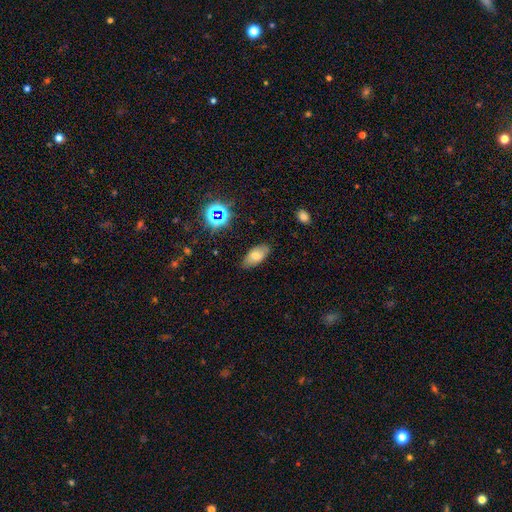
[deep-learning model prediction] smooth-or-featured: smooth: 72% | featured or disk: 16% | star or artifact: 12%
  how-rounded: in between: 91% | cigar-shaped: 6% | round: 3%
  merging: none: 82% | minor disturbance: 14% | major disturbance: 3% | merger: 1%